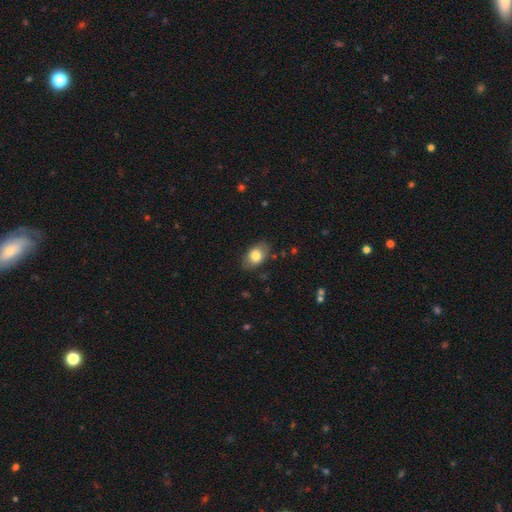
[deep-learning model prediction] Overall: smooth (79%). How rounded: in between (86%). Merging: none (81%).